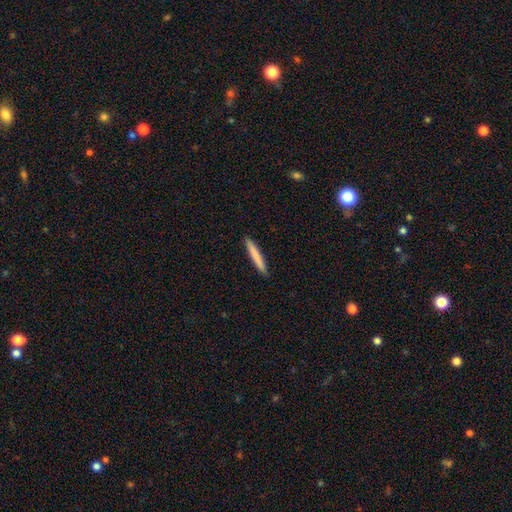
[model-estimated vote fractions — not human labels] This is likely a smooth galaxy (79%). How rounded: clearly cigar-shaped (96%). Merging: clearly none (92%).